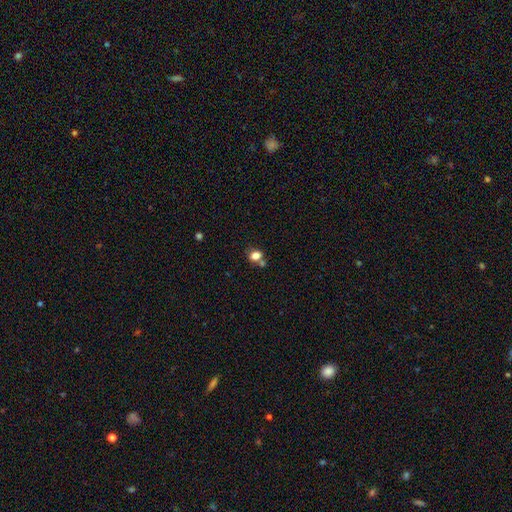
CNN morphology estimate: This appears to be a smooth galaxy with no disk features (79%) that is round (50%). Merging: none (56%).